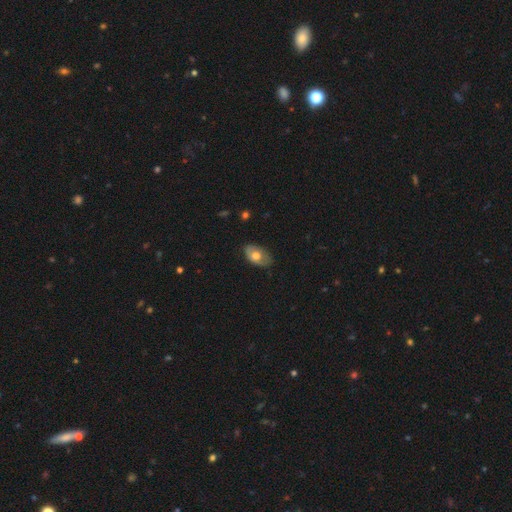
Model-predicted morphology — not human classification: smooth-or-featured: smooth: 67% | featured or disk: 26% | star or artifact: 7%
  how-rounded: in between: 90% | round: 8% | cigar-shaped: 2%
  merging: none: 74% | minor disturbance: 21% | major disturbance: 4% | merger: 1%